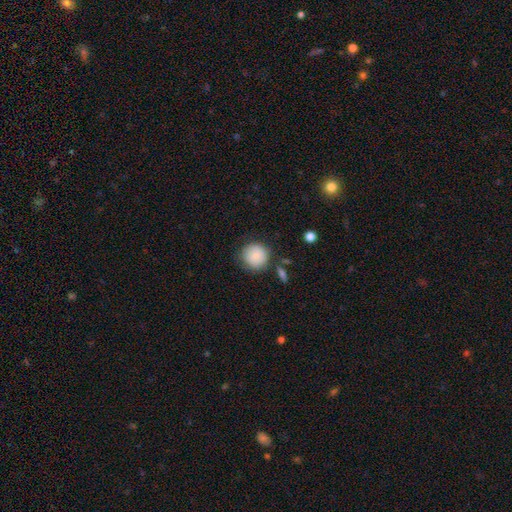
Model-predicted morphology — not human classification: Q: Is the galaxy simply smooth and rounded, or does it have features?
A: smooth — 85%.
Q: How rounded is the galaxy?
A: round — 93%.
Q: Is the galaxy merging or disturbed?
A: none — 78%.